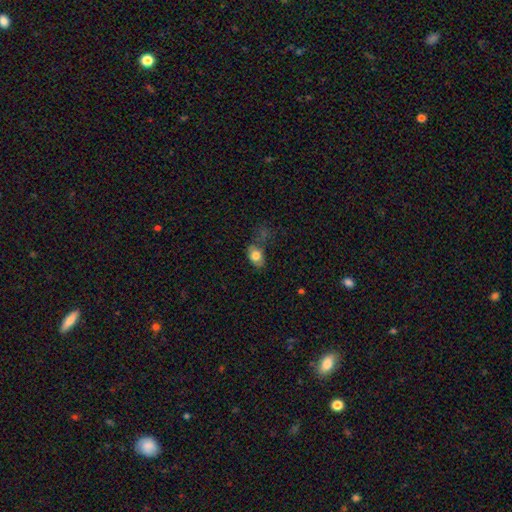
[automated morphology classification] smooth 77%, featured or disk 14%, star or artifact 9%. Down the decision tree: how rounded — in between (73%); merging — none (43%).